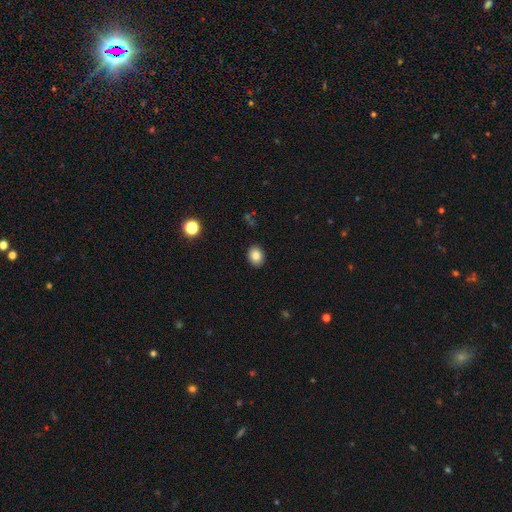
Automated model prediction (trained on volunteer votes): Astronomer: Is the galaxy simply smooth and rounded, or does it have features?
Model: smooth — 84%.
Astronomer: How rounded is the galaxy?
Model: in between — 53% (runner-up: round, 46%).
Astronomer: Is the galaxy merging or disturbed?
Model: none — 90%.